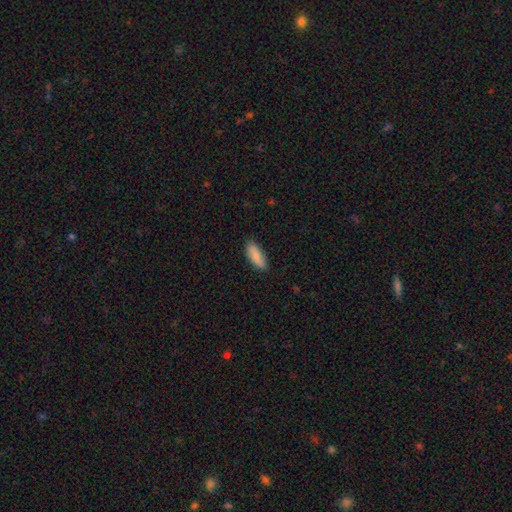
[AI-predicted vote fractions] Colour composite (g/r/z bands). It shows a smooth galaxy with no disk features (87%) that is in between round and cigar-shaped (71%). Merging: none (83%).